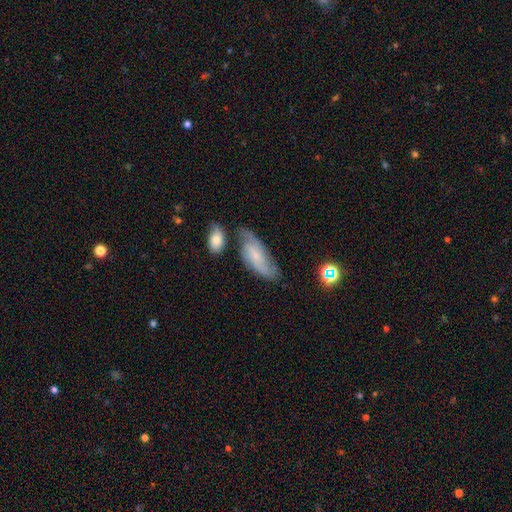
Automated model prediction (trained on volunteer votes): This appears to be a featured or disk galaxy (61%) with no bar (56%), spiral arms (89%) and a small central bulge (67%). Merging: none (55%).